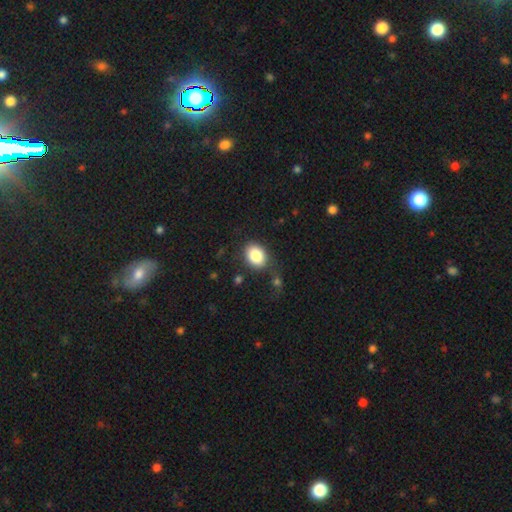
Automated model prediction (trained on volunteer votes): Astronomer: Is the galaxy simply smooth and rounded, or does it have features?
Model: smooth — 86%.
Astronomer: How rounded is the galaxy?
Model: in between — 63%.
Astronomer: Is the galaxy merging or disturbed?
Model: none — 74%.